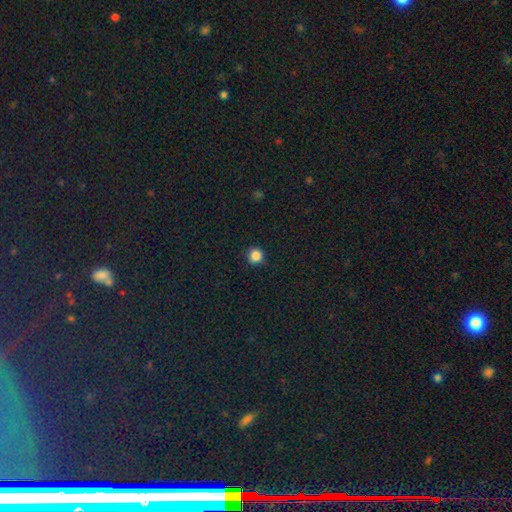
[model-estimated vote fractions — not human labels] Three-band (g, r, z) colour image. It shows a smooth galaxy with no disk features (85%) that is round (93%). Merging: none (88%).